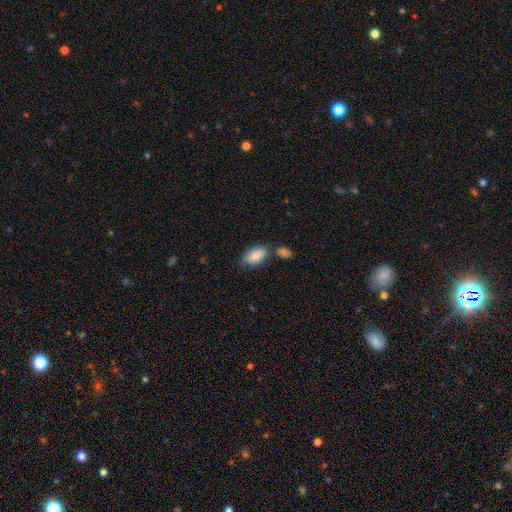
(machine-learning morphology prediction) This is clearly a smooth galaxy (87%). How rounded: clearly in between (94%). Merging: possibly none (57%).